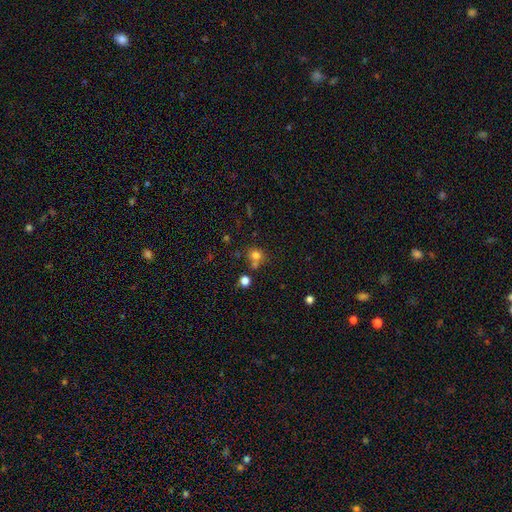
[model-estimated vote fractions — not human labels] smooth_or_featured: smooth (p=0.75) [alt: star or artifact p=0.16]
how_rounded: round (p=0.82) [alt: in between p=0.17]
merging: none (p=0.54) [alt: merger p=0.29]